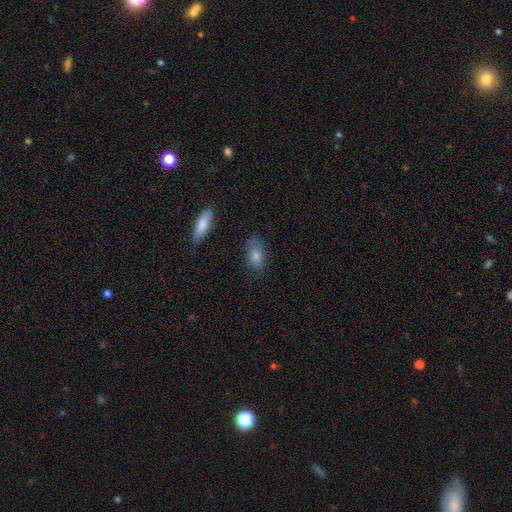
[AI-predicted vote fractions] This appears to be a smooth galaxy with no disk features (74%) that is in between round and cigar-shaped (84%). Merging: none (77%).